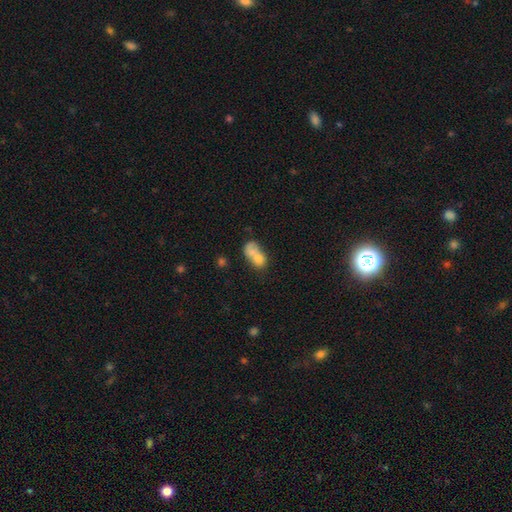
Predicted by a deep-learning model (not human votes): A smooth galaxy with no disk features (68%) that is in between round and cigar-shaped (68%). Merging: merger (69%).